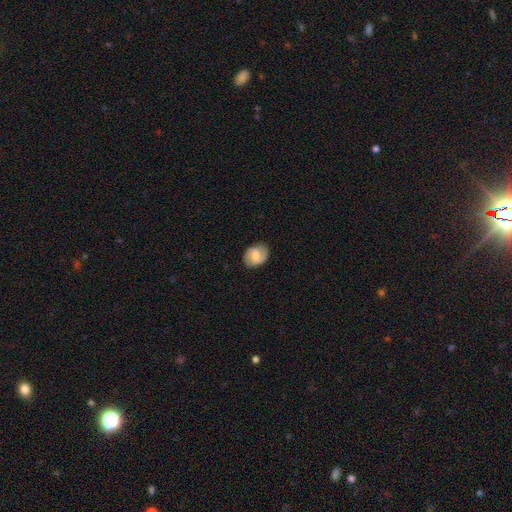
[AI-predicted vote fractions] The model was most divided on "bulge size": moderate: 43%, small: 35%, none: 13%, large: 7%, dominant: 2%. More confident: edge-on disk — no (97%); spiral arms — yes (88%); merging — none (82%); bar — weak (53%); smooth or featured — featured or disk (52%).